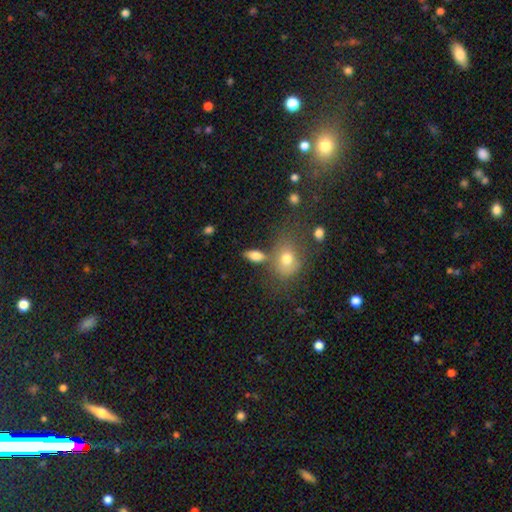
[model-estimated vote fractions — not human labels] The model was most divided on "merging": none: 64%, merger: 16%, minor disturbance: 14%, major disturbance: 6%. More confident: how rounded — in between (80%); smooth or featured — smooth (77%).